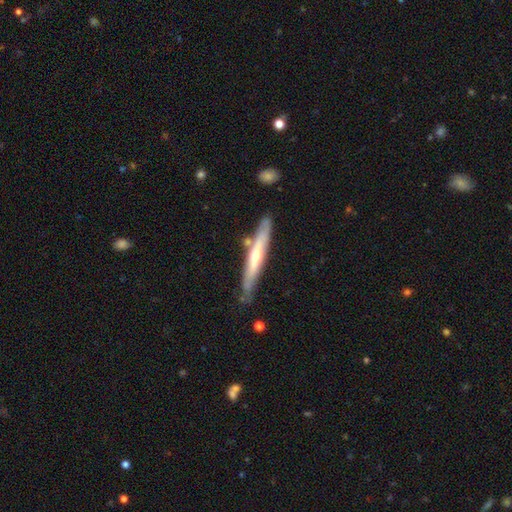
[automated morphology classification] The model was most divided on "smooth or featured": featured or disk: 67%, smooth: 27%, star or artifact: 6%. More confident: edge-on disk — yes (89%); merging — none (78%); edge-on bulge — rounded (70%).